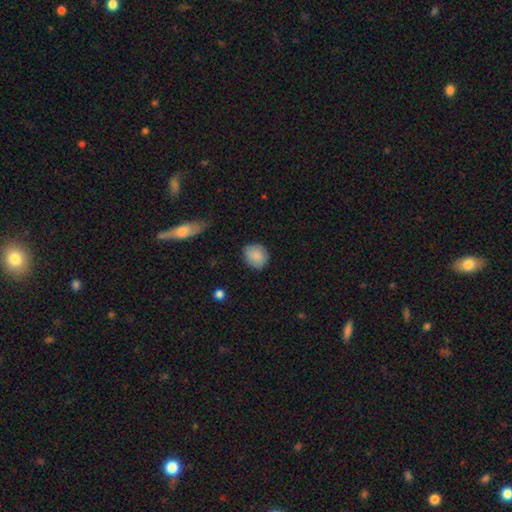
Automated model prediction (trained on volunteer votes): This is clearly a smooth galaxy (86%). How rounded: likely round (68%). Merging: likely none (79%).